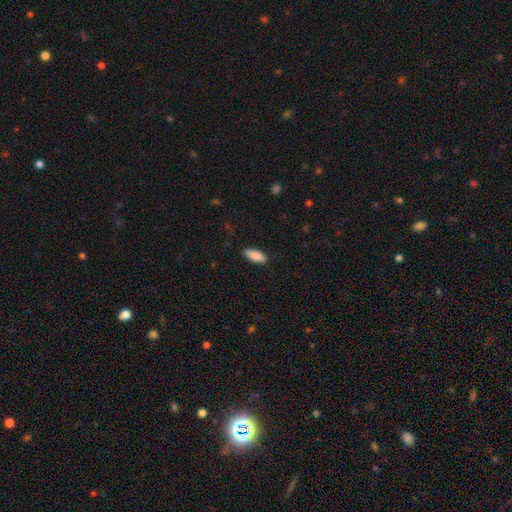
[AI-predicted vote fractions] Q: Smooth or featured?
A: smooth (87%); runner-up: featured or disk (7%)
Q: How rounded?
A: in between (66%); runner-up: cigar-shaped (32%)
Q: Merging?
A: none (86%); runner-up: minor disturbance (11%)